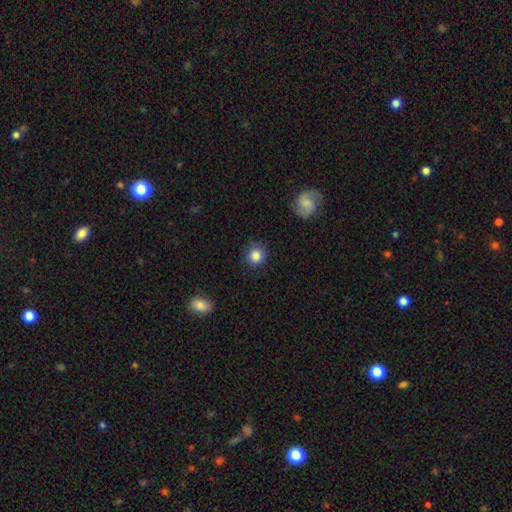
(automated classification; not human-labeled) smooth_or_featured: smooth (p=0.86) [alt: star or artifact p=0.10]
how_rounded: round (p=0.92) [alt: in between p=0.07]
merging: none (p=0.86) [alt: minor disturbance p=0.10]